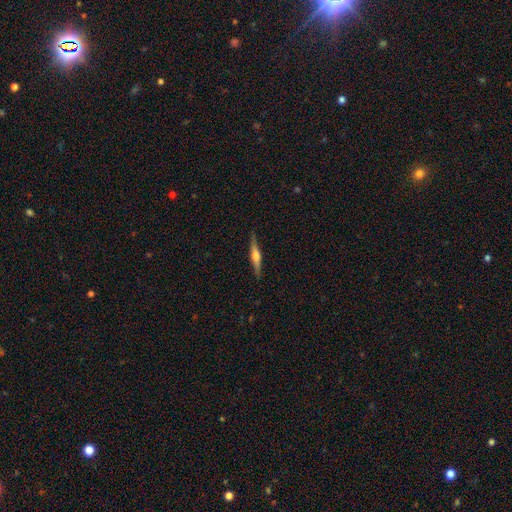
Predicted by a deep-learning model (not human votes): Overall: featured or disk (67%; smooth 27%). Edge-on disk: yes (98%). Edge-on bulge: rounded (84%). Merging: none (89%).